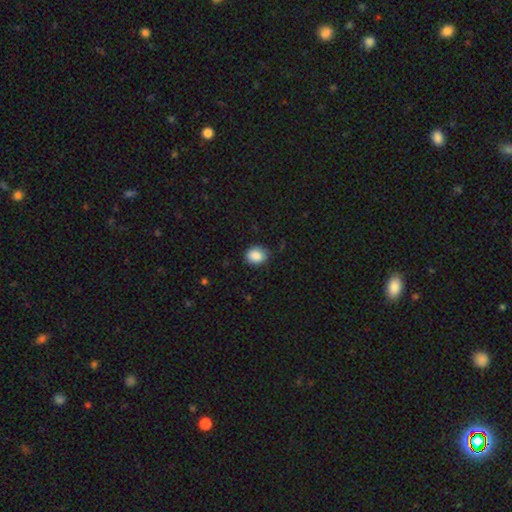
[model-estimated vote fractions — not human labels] A smooth galaxy with no disk features (88%) that is round (53%). Merging: none (76%).